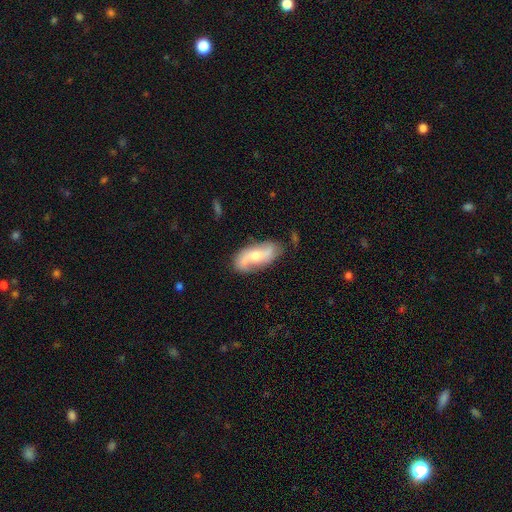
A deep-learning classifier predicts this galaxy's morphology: Q: Smooth or featured?
A: featured or disk (65%); runner-up: smooth (29%)
Q: Edge-on disk?
A: no (91%); runner-up: yes (9%)
Q: Bar?
A: no (58%); runner-up: weak (32%)
Q: Spiral arms?
A: yes (88%); runner-up: no (12%)
Q: Spiral winding?
A: loose (51%); runner-up: medium (34%)
Q: Spiral arm count?
A: 2 (85%); runner-up: can't tell (9%)
Q: Bulge size?
A: moderate (50%); runner-up: small (43%)
Q: Merging?
A: none (71%); runner-up: minor disturbance (19%)